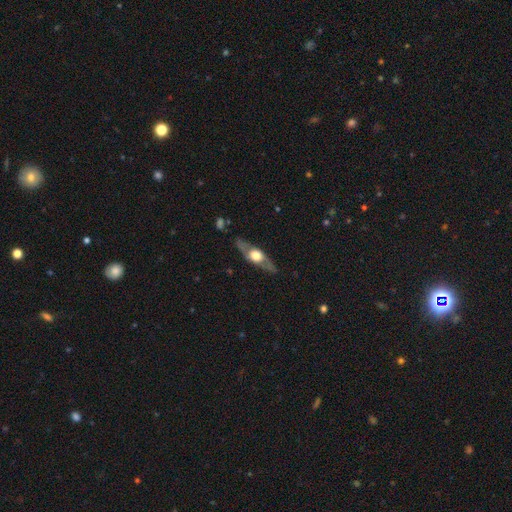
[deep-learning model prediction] This is likely a featured or disk galaxy (68%). It is clearly viewed edge-on (83%). Edge-on bulge: clearly rounded (94%). Merging: clearly none (81%).